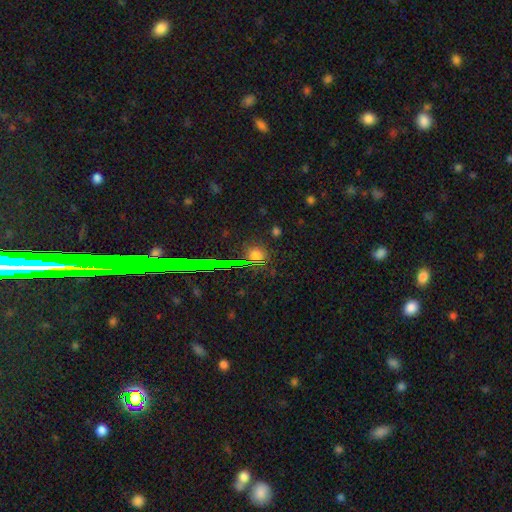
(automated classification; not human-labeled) This appears to be a smooth galaxy with no disk features (51%) that is round (74%). Merging: none (81%).